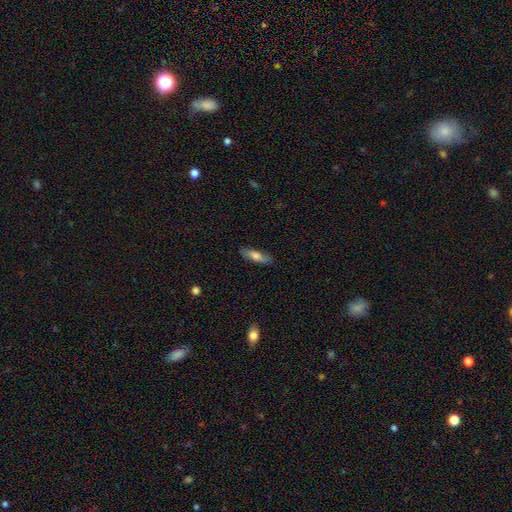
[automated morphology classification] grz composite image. It shows a smooth galaxy with no disk features (66%) that is cigar-shaped (59%). Merging: none (84%).